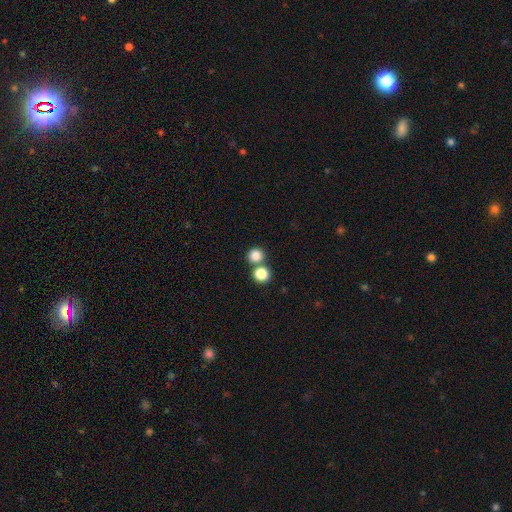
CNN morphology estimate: smooth_or_featured: smooth (p=0.83) [alt: star or artifact p=0.12]
how_rounded: round (p=0.90) [alt: in between p=0.09]
merging: none (p=0.61) [alt: merger p=0.30]